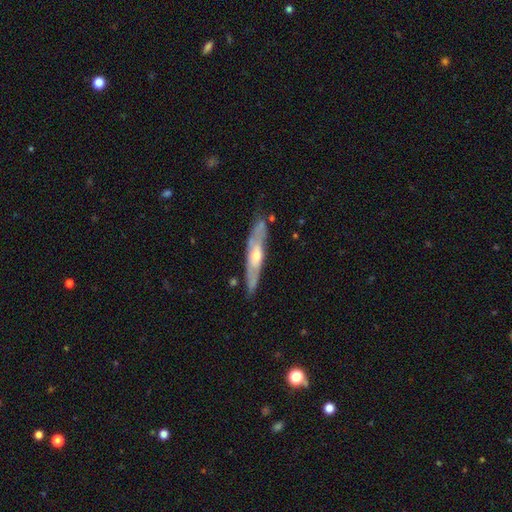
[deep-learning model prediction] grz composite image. It shows a featured or disk galaxy (66%) viewed edge-on (69%). Merging: none (77%).